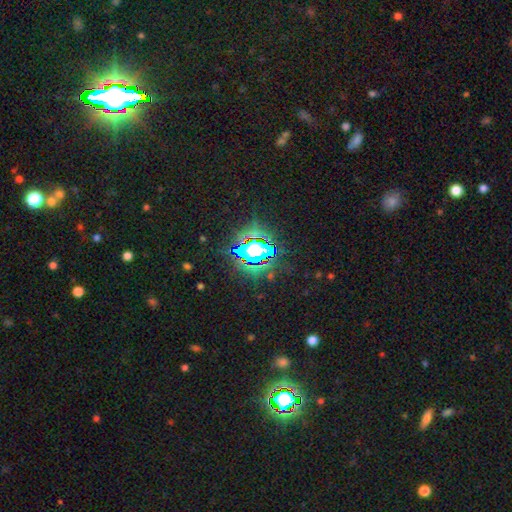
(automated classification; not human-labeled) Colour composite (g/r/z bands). It shows a star or artifact, not a galaxy (71%).